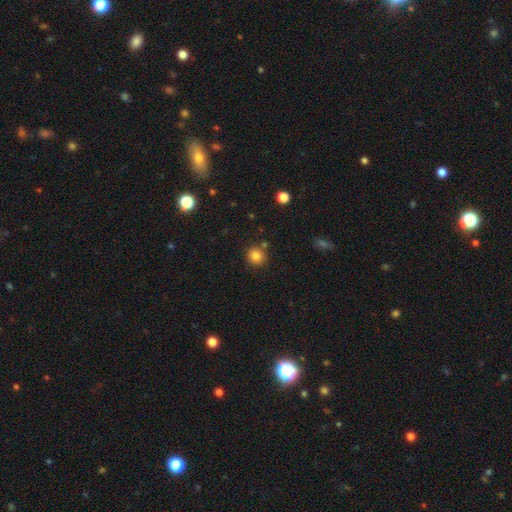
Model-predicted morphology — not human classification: The model was most divided on "merging": none: 80%, minor disturbance: 9%, merger: 8%, major disturbance: 3%. More confident: how rounded — round (88%); smooth or featured — smooth (83%).